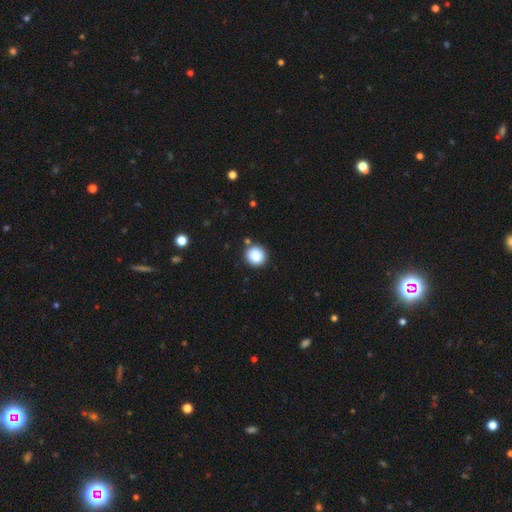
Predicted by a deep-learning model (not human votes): Overall: smooth (85%). How rounded: round (89%). Merging: none (87%).